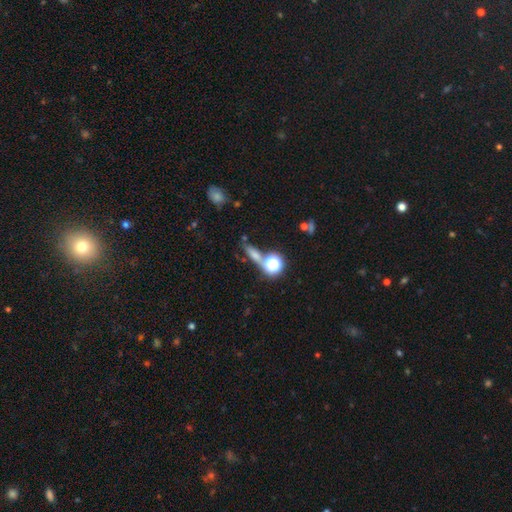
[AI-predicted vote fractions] Smooth or featured: smooth — 56% (star or artifact — 26%)
How rounded: cigar-shaped — 48% (round — 26%)
Merging: none — 66% (merger — 17%)